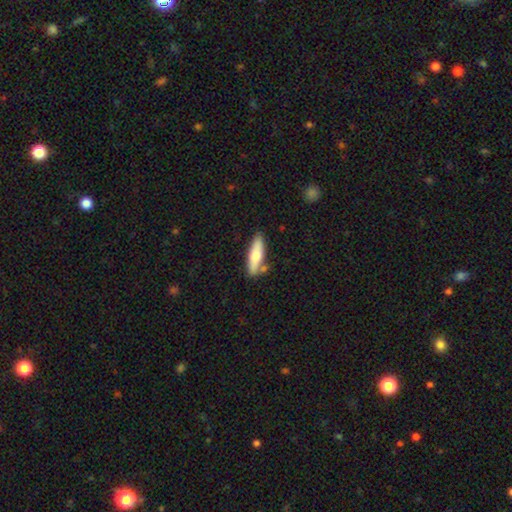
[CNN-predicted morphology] Overall: smooth (66%; featured or disk 29%). How rounded: cigar-shaped (61%; in between 37%). Merging: none (73%).